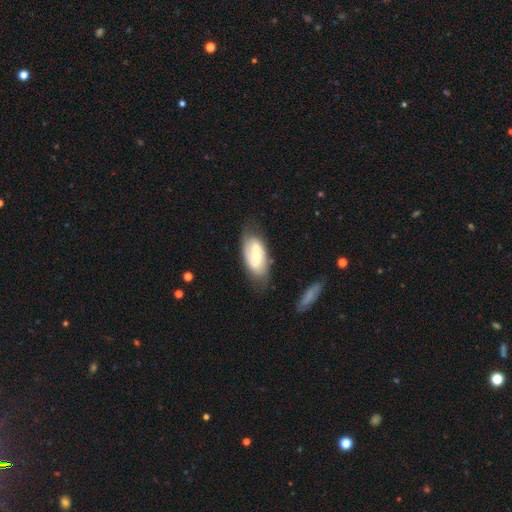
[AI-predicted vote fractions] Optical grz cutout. It shows a featured or disk galaxy (63%) with a weak bar (45%), spiral arms (83%) and a moderate central bulge (56%). Merging: none (71%).